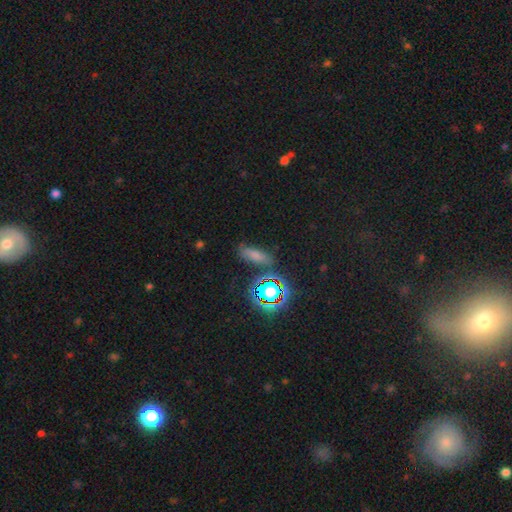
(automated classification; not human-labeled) smooth-or-featured: smooth: 61% | star or artifact: 26% | featured or disk: 13%
  how-rounded: in between: 56% | cigar-shaped: 37% | round: 7%
  merging: none: 74% | minor disturbance: 16% | major disturbance: 5% | merger: 5%